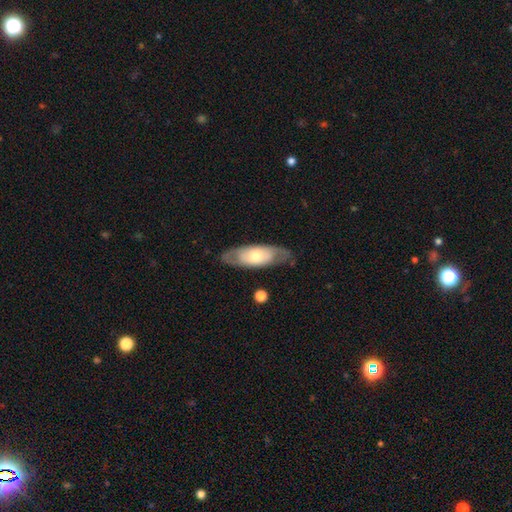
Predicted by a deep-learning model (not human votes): smooth_or_featured: featured or disk (p=0.56) [alt: smooth p=0.39]
disk_edge_on: no (p=0.75) [alt: yes p=0.25]
merging: none (p=0.77) [alt: minor disturbance p=0.16]